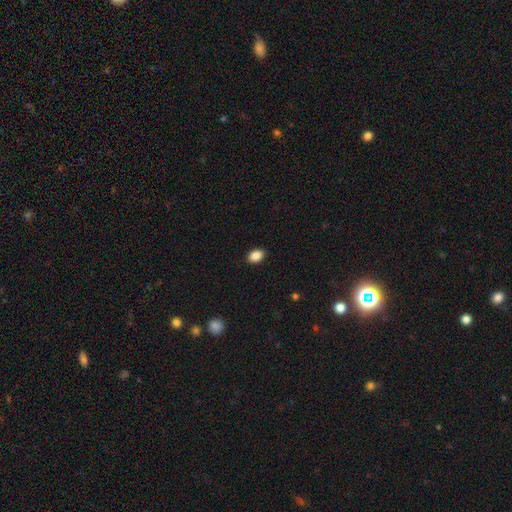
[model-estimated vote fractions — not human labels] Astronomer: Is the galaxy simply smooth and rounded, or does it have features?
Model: smooth — 88%.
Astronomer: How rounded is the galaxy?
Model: in between — 83%.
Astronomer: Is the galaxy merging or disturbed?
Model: none — 89%.